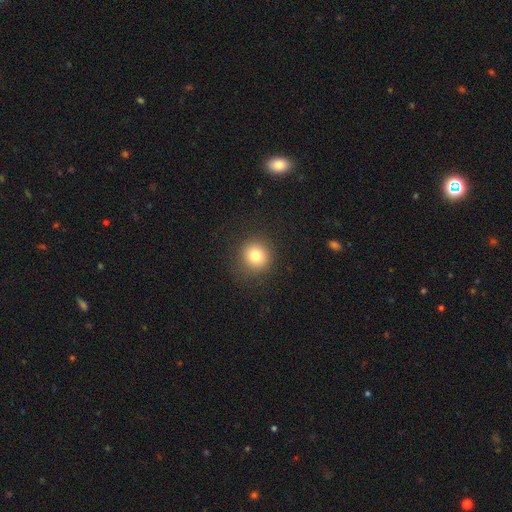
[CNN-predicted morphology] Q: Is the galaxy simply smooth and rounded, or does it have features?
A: smooth — 81%.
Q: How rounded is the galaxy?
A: round — 90%.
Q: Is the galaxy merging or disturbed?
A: none — 88%.